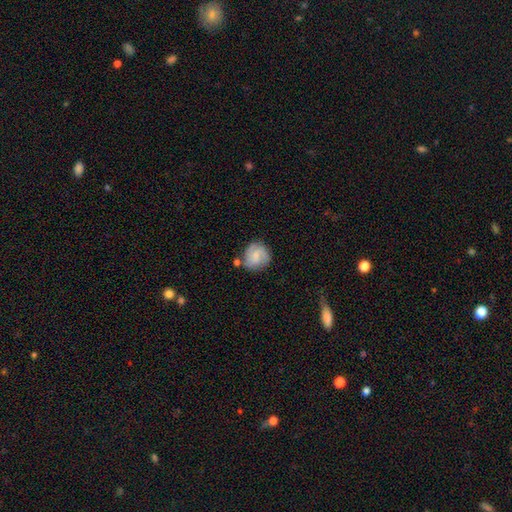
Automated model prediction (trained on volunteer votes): The model was most divided on "smooth or featured": smooth: 48%, featured or disk: 45%, star or artifact: 7%. More confident: merging — none (64%).